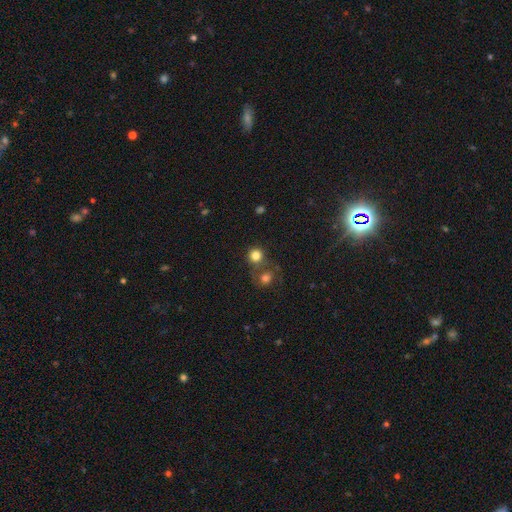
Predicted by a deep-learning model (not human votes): smooth 80%, star or artifact 12%, featured or disk 7%. Down the decision tree: how rounded — round (89%); merging — none (57%).